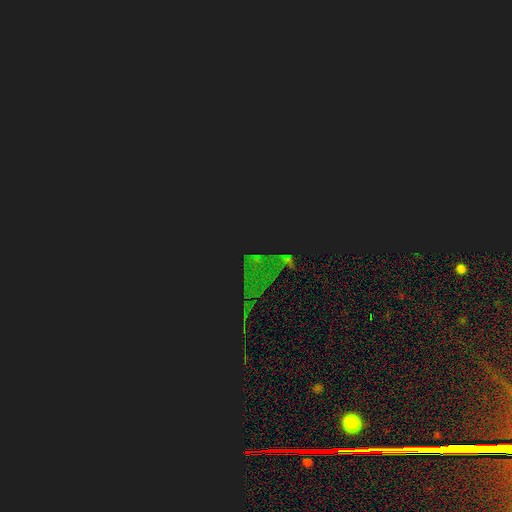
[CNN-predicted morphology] Smooth or featured? star or artifact (83%)